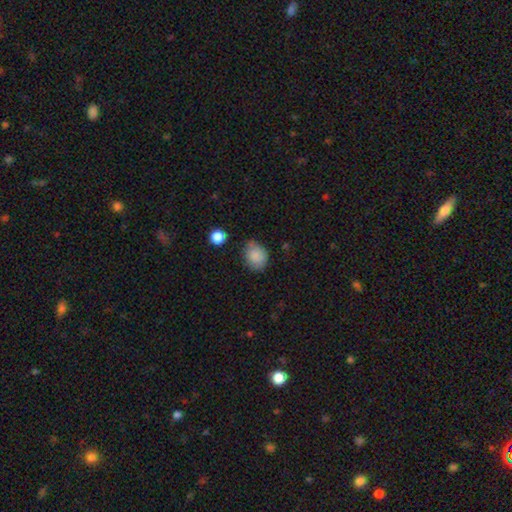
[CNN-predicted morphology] A smooth galaxy with no disk features (86%) that is round (54%).

Vote fractions:
- Smooth or featured? smooth: 86% / star or artifact: 9% / featured or disk: 6%
- How rounded? round: 54% / in between: 45% / cigar-shaped: 1%
- Merging? none: 65% / minor disturbance: 26% / major disturbance: 5% / merger: 4%